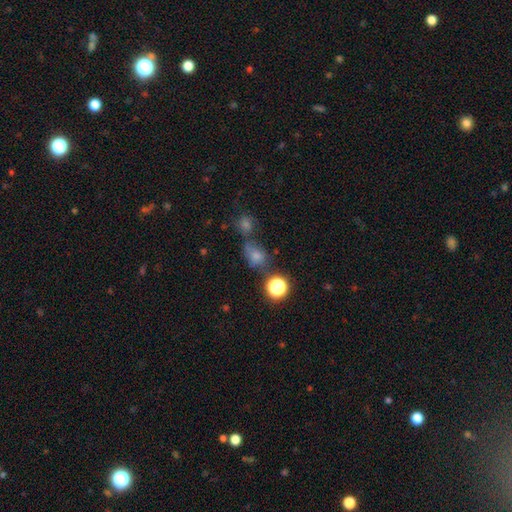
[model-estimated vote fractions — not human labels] Overall: smooth (68%). How rounded: round (51%; in between 48%). Merging: none (44%; merger 27%).